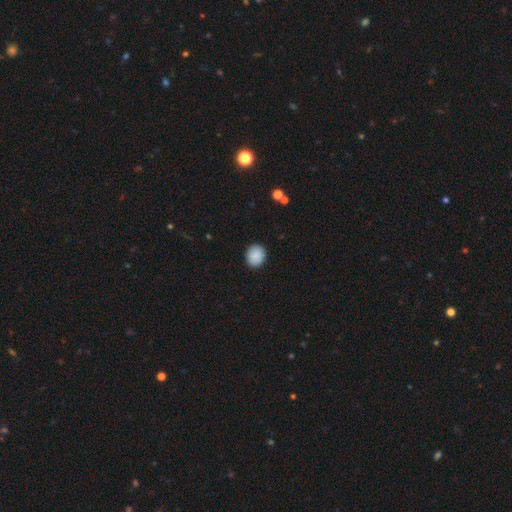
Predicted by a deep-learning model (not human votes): smooth_or_featured: smooth (p=0.89) [alt: star or artifact p=0.07]
how_rounded: round (p=0.65) [alt: in between p=0.34]
merging: none (p=0.90) [alt: minor disturbance p=0.08]